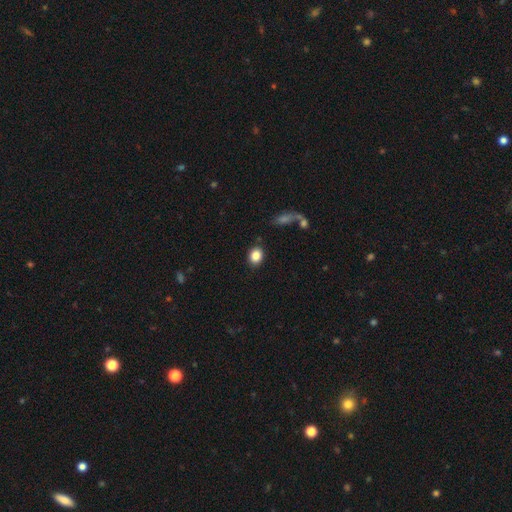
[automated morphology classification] A smooth galaxy with no disk features (85%) that is in between round and cigar-shaped (50%).

Vote fractions:
- Smooth or featured? smooth: 85% / star or artifact: 9% / featured or disk: 6%
- How rounded? in between: 50% / round: 48% / cigar-shaped: 1%
- Merging? none: 86% / minor disturbance: 9% / merger: 3% / major disturbance: 3%